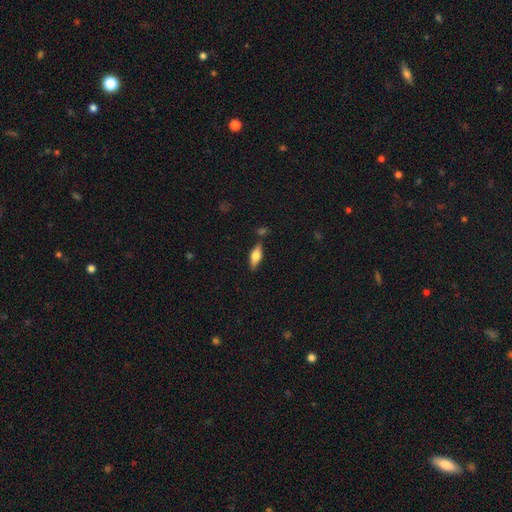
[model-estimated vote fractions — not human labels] smooth 51%, featured or disk 42%, star or artifact 7%. Down the decision tree: how rounded — in between (61%); merging — none (80%).